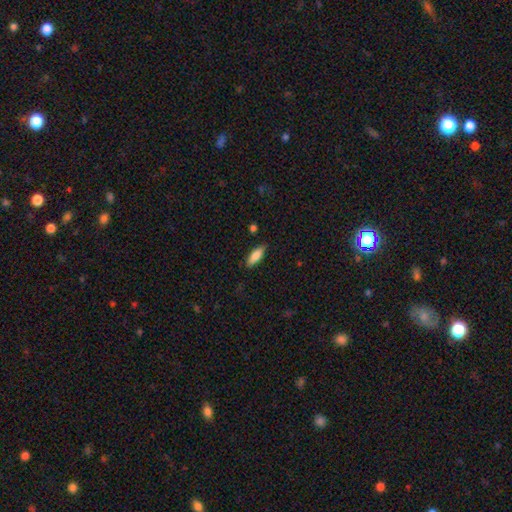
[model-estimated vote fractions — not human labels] Smooth or featured: smooth — 80% (featured or disk — 13%)
How rounded: in between — 58% (cigar-shaped — 40%)
Merging: none — 82% (minor disturbance — 14%)